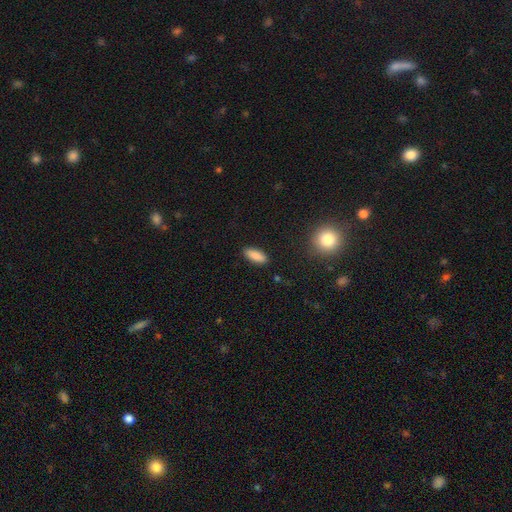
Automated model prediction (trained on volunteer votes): Overall: smooth (88%). How rounded: in between (75%). Merging: none (88%).